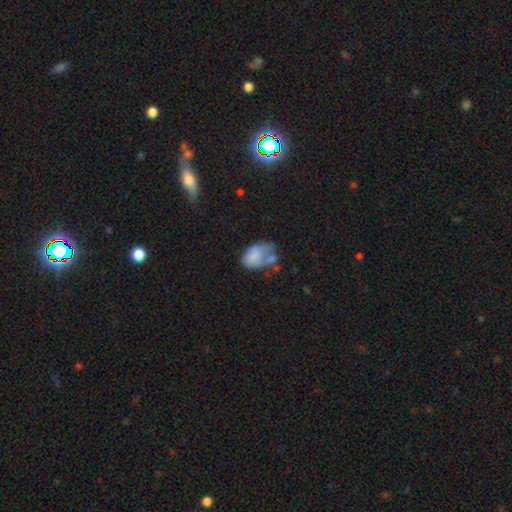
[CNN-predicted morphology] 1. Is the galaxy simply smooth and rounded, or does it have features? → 65% smooth, 25% featured or disk, 9% star or artifact.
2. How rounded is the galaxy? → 84% in between, 15% round, 1% cigar-shaped.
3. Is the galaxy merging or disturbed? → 27% merger, 26% minor disturbance, 25% major disturbance, 22% none.